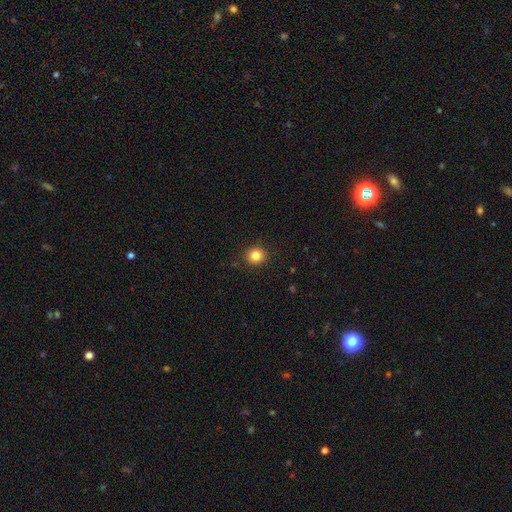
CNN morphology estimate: Overall: smooth (84%). How rounded: round (89%). Merging: none (91%).